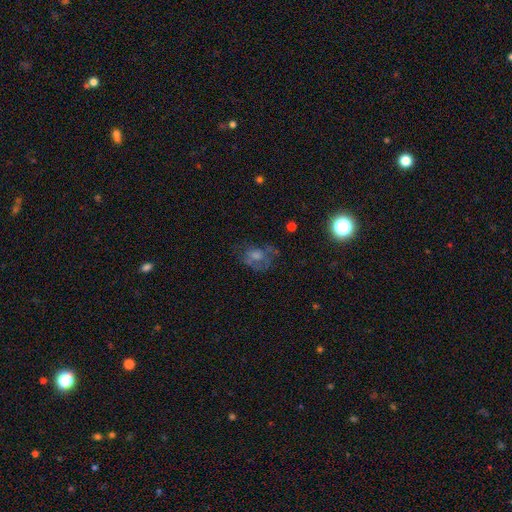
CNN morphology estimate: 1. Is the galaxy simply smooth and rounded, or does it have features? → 41% featured or disk, 36% smooth, 24% star or artifact.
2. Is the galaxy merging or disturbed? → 54% none, 22% minor disturbance, 21% major disturbance, 3% merger.